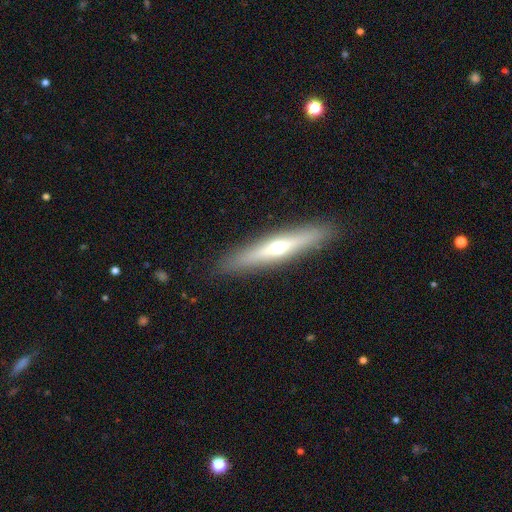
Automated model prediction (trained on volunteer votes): featured or disk 60%, smooth 33%, star or artifact 7%. Down the decision tree: edge-on disk — yes (90%); edge-on bulge — rounded (86%); merging — none (90%).